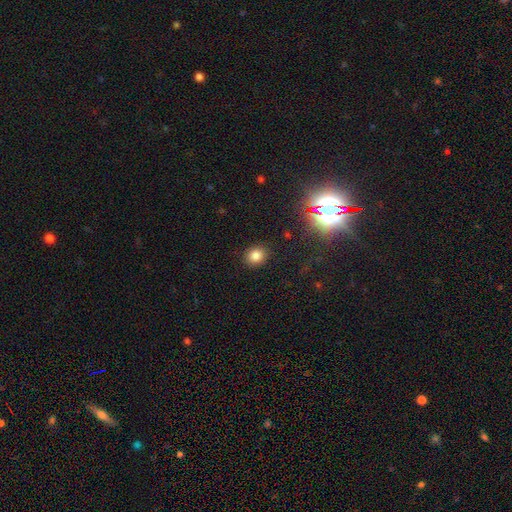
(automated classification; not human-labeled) A smooth galaxy with no disk features (81%) that is round (64%).

Vote fractions:
- Smooth or featured? smooth: 81% / star or artifact: 14% / featured or disk: 5%
- How rounded? round: 64% / in between: 35% / cigar-shaped: 1%
- Merging? none: 89% / minor disturbance: 8% / major disturbance: 3% / merger: 1%